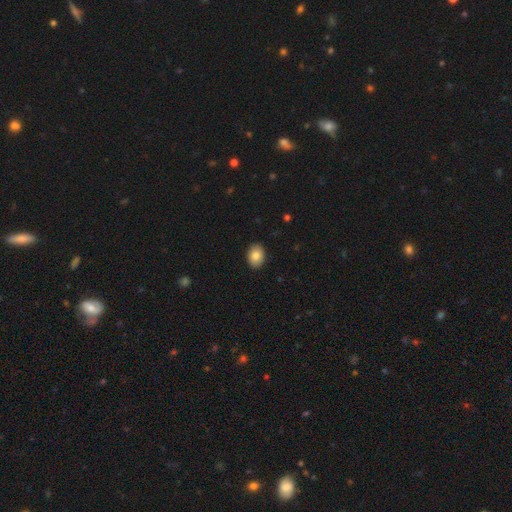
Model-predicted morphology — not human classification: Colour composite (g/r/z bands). It shows a smooth galaxy with no disk features (84%) that is in between round and cigar-shaped (77%). Merging: none (91%).